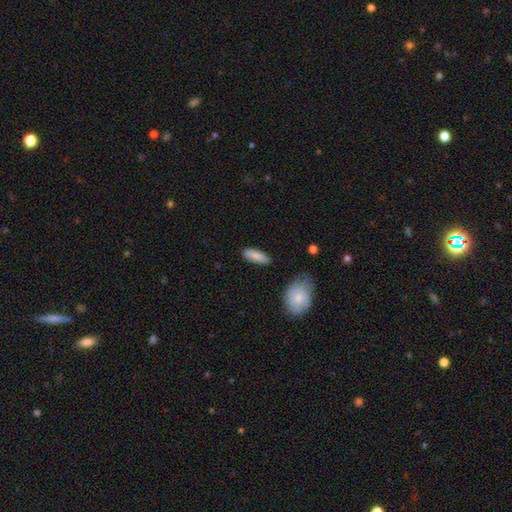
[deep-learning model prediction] Morphology: type=smooth (84%); roundness=in between (59%); merging=none (79%).